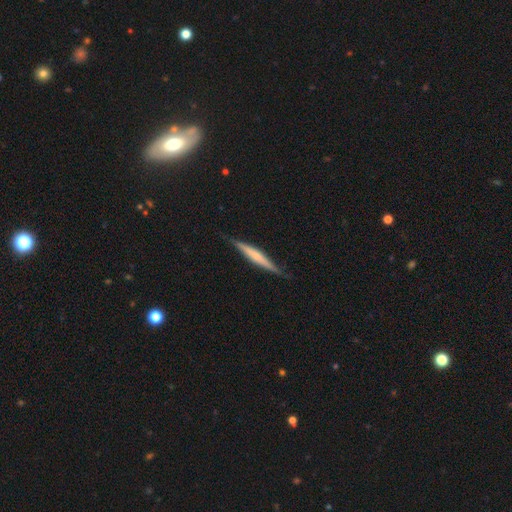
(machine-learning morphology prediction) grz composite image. It shows a featured or disk galaxy (56%) viewed edge-on (97%) with no central bulge (42%). Merging: none (85%).